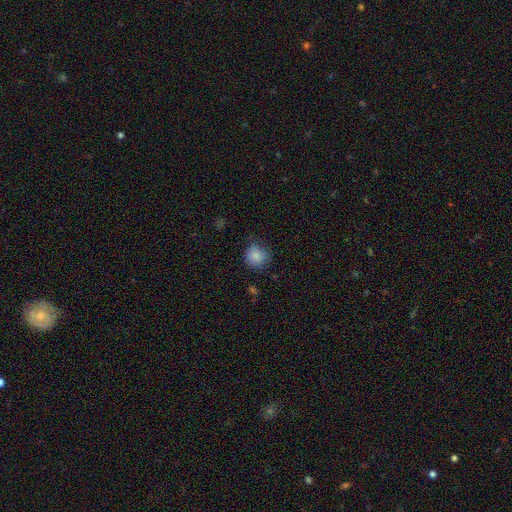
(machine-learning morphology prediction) smooth_or_featured: smooth (p=0.85) [alt: star or artifact p=0.09]
how_rounded: round (p=0.87) [alt: in between p=0.12]
merging: none (p=0.73) [alt: minor disturbance p=0.21]